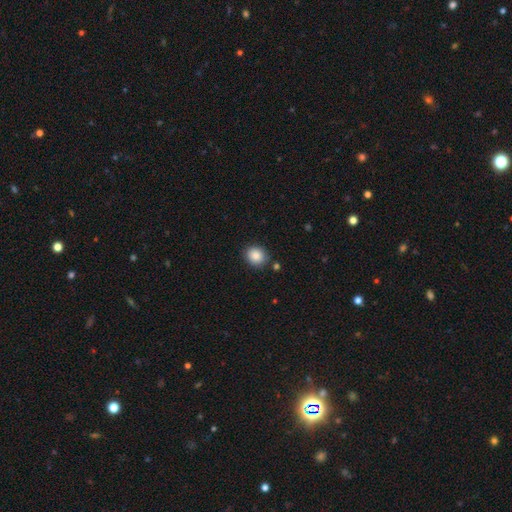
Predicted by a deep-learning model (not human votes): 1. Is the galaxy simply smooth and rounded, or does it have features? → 87% smooth, 9% star or artifact, 4% featured or disk.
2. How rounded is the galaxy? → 72% round, 27% in between, 1% cigar-shaped.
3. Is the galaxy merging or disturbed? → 85% none, 10% minor disturbance, 3% merger, 2% major disturbance.